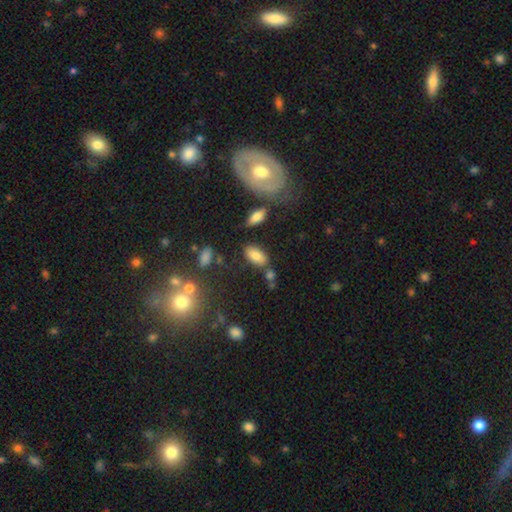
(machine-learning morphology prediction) smooth-or-featured: smooth: 80% | featured or disk: 10% | star or artifact: 9%
  how-rounded: in between: 92% | cigar-shaped: 4% | round: 4%
  merging: none: 73% | minor disturbance: 14% | merger: 9% | major disturbance: 4%